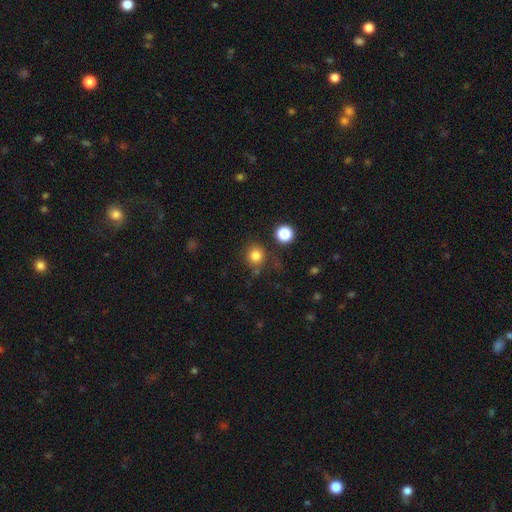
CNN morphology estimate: smooth 82%, star or artifact 13%, featured or disk 5%. Down the decision tree: how rounded — round (88%); merging — none (76%).